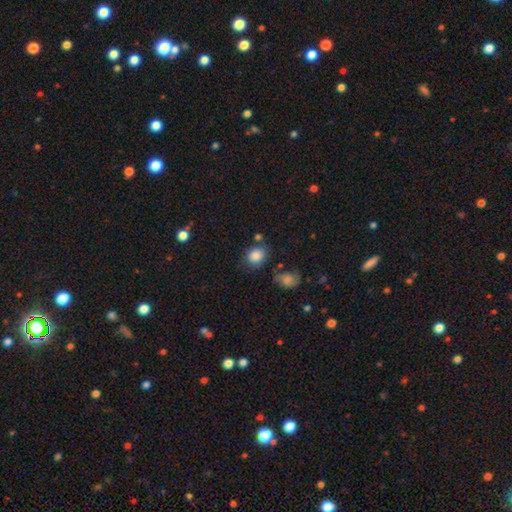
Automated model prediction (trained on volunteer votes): Smooth or featured? Predicted: smooth (p=0.85). How rounded? Predicted: round (p=0.69). Merging? Predicted: none (p=0.70).